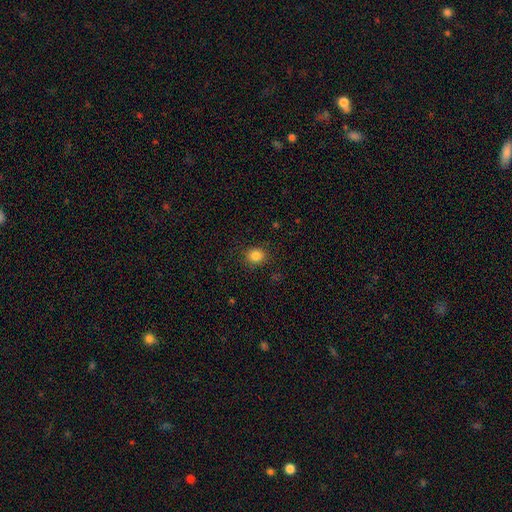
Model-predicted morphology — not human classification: type=smooth (84%); roundness=round (78%); merging=none (88%).